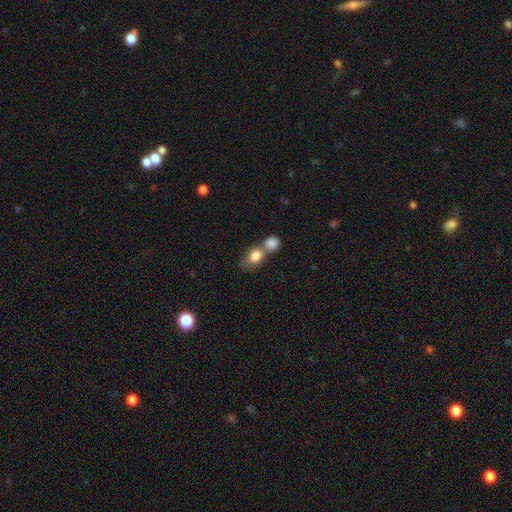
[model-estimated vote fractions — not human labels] A smooth galaxy with no disk features (82%) that is round (53%).

Vote fractions:
- Smooth or featured? smooth: 82% / featured or disk: 10% / star or artifact: 8%
- How rounded? round: 53% / in between: 45% / cigar-shaped: 2%
- Merging? merger: 61% / none: 28% / minor disturbance: 7% / major disturbance: 4%